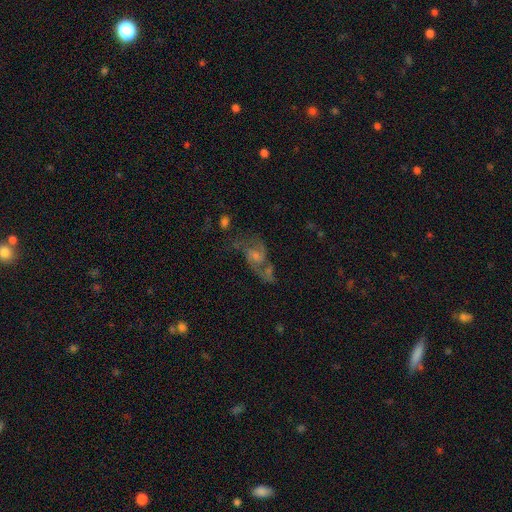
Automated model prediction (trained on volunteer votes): smooth_or_featured: featured or disk (p=0.72) [alt: smooth p=0.14]
disk_edge_on: no (p=0.96) [alt: yes p=0.04]
bar: no (p=0.54) [alt: weak p=0.38]
has_spiral_arms: yes (p=0.87) [alt: no p=0.13]
spiral_winding: loose (p=0.51) [alt: medium p=0.38]
spiral_arm_count: 2 (p=0.82) [alt: can't tell p=0.08]
bulge_size: small (p=0.53) [alt: moderate p=0.28]
merging: none (p=0.43) [alt: major disturbance p=0.23]